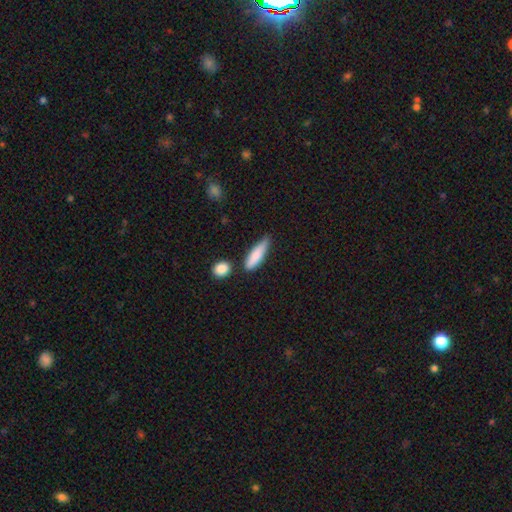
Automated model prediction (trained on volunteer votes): Overall: smooth (78%). How rounded: cigar-shaped (61%; in between 37%). Merging: none (64%).